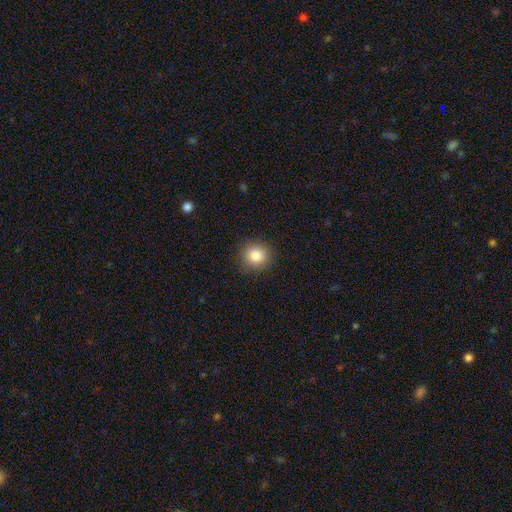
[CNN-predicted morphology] A smooth galaxy with no disk features (84%) that is round (87%).

Vote fractions:
- Smooth or featured? smooth: 84% / star or artifact: 10% / featured or disk: 6%
- How rounded? round: 87% / in between: 12% / cigar-shaped: 1%
- Merging? none: 89% / minor disturbance: 8% / major disturbance: 3% / merger: 1%